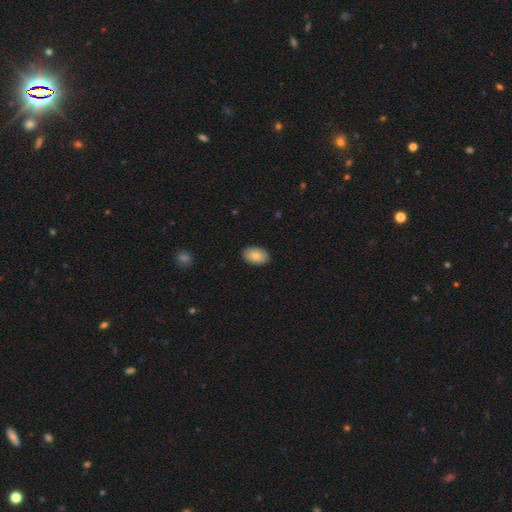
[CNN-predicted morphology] The model was most divided on "smooth or featured": smooth: 85%, featured or disk: 9%, star or artifact: 7%. More confident: how rounded — in between (91%); merging — none (89%).